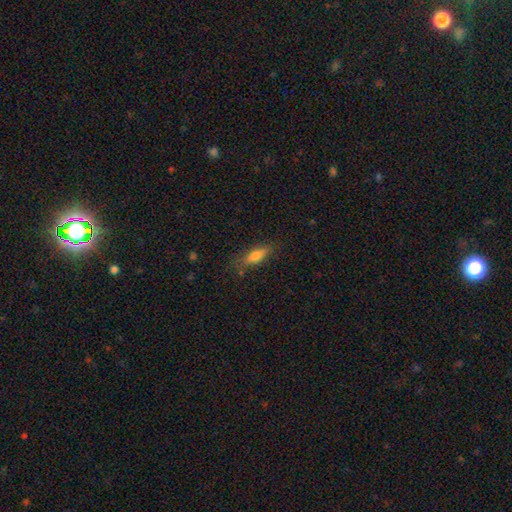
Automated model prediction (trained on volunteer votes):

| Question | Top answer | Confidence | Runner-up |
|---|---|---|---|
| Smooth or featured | smooth | 72% | featured or disk (20%) |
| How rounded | in between | 51% | cigar-shaped (46%) |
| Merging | none | 76% | minor disturbance (17%) |